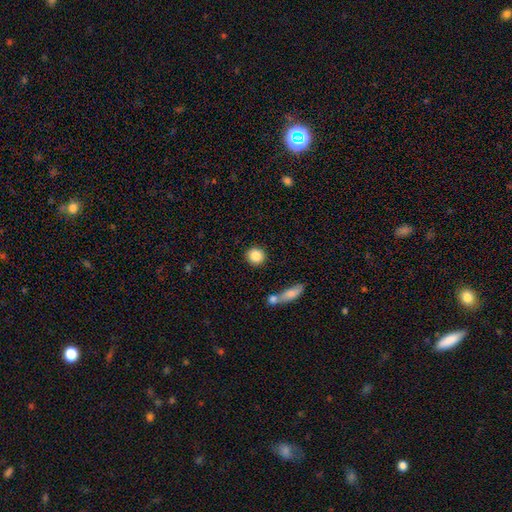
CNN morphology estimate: smooth-or-featured: smooth: 86% | star or artifact: 8% | featured or disk: 6%
  how-rounded: round: 89% | in between: 10% | cigar-shaped: 1%
  merging: none: 85% | minor disturbance: 7% | merger: 5% | major disturbance: 3%